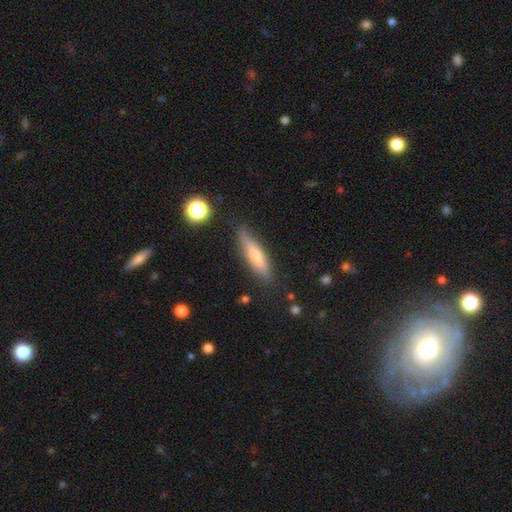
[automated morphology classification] Overall: smooth (61%; featured or disk 32%). How rounded: cigar-shaped (79%). Merging: none (82%).